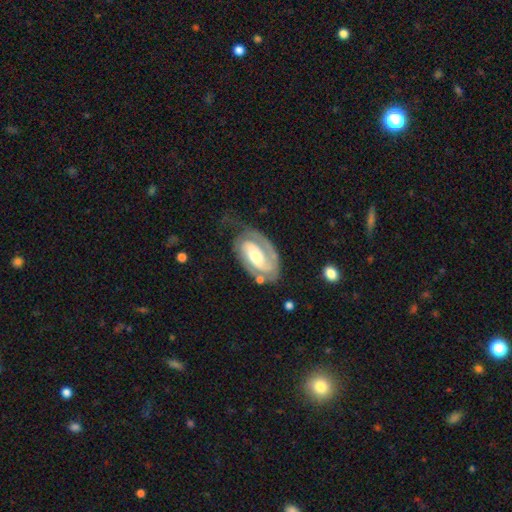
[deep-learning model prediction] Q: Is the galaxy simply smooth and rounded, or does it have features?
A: featured or disk — 85%.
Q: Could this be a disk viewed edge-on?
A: no — 96%.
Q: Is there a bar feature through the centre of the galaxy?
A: no — 37%, tied with weak.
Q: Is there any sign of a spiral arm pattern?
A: yes — 94%.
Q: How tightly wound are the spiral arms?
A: tight — 56%.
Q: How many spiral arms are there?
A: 2 — 65%.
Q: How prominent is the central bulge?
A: moderate — 58%.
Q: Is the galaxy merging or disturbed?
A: none — 57%.